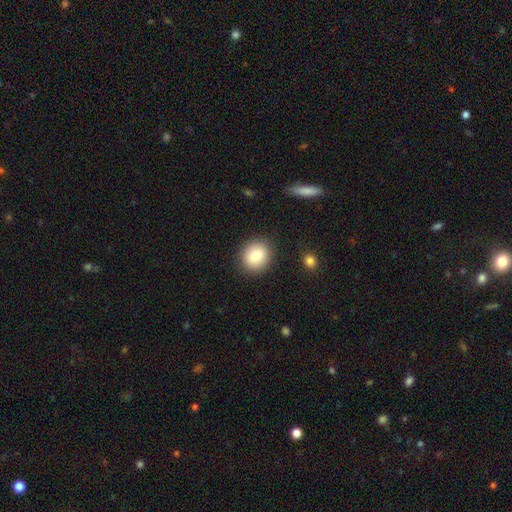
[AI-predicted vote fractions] A smooth galaxy with no disk features (82%) that is round (76%).

Vote fractions:
- Smooth or featured? smooth: 82% / featured or disk: 10% / star or artifact: 9%
- How rounded? round: 76% / in between: 23% / cigar-shaped: 1%
- Merging? none: 88% / minor disturbance: 8% / major disturbance: 3% / merger: 2%